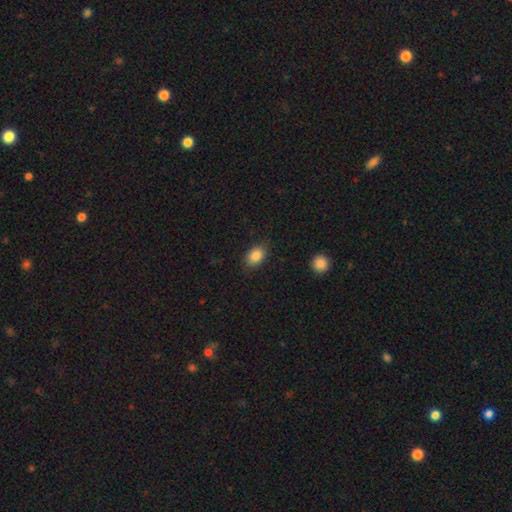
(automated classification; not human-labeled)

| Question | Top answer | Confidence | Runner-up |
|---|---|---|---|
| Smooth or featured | smooth | 85% | star or artifact (9%) |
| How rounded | in between | 75% | round (24%) |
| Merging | none | 83% | minor disturbance (13%) |